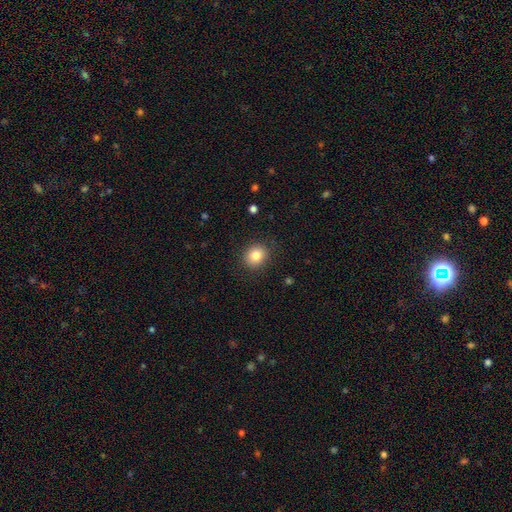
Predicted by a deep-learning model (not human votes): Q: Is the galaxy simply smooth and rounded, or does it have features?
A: smooth — 82%.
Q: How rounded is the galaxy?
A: round — 72%.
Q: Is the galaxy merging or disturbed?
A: none — 88%.